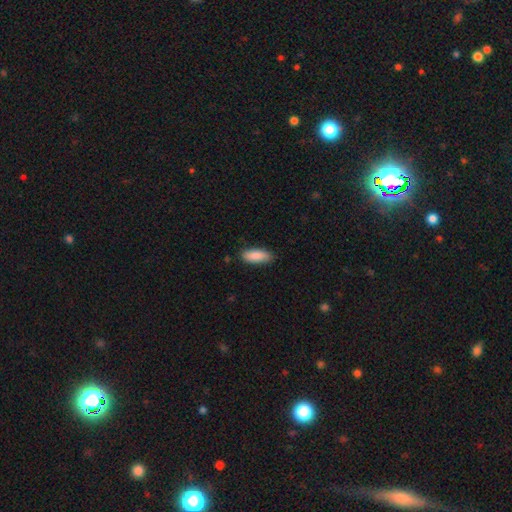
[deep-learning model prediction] Smooth or featured? Predicted: smooth (p=0.88). How rounded? Predicted: in between (p=0.73). Merging? Predicted: none (p=0.84).